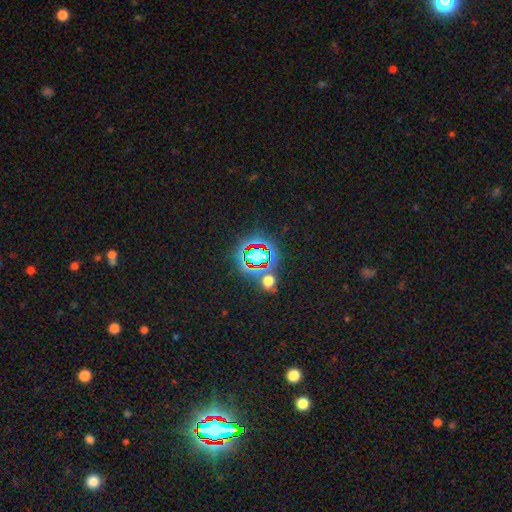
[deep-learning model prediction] Smooth or featured? Predicted: star or artifact (p=0.67).